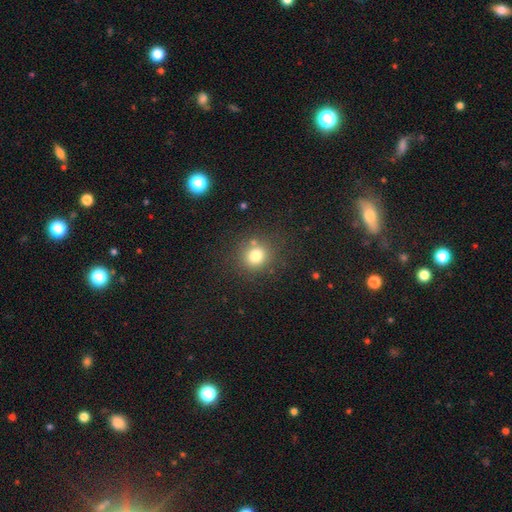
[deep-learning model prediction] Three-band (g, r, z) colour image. It shows a smooth galaxy with no disk features (77%) that is round (84%). Merging: none (79%).